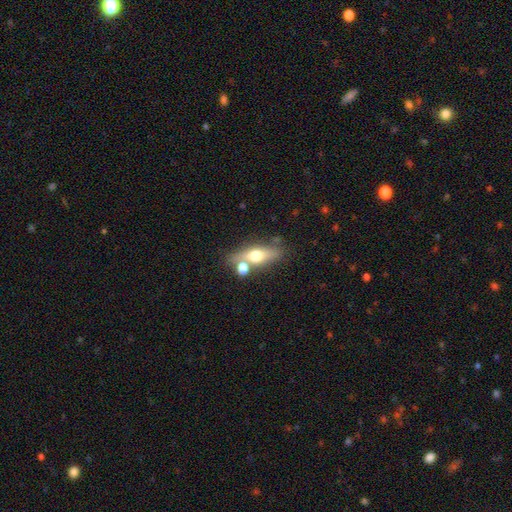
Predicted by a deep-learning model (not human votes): Morphology: type=smooth (50%); roundness=in between (53%); merging=none (61%).